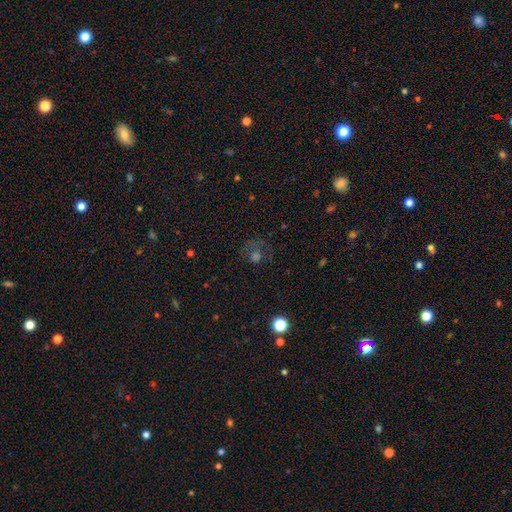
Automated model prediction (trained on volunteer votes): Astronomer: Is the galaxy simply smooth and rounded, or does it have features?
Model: smooth — 43% (runner-up: star or artifact, 34%).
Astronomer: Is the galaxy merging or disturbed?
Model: none — 52%.